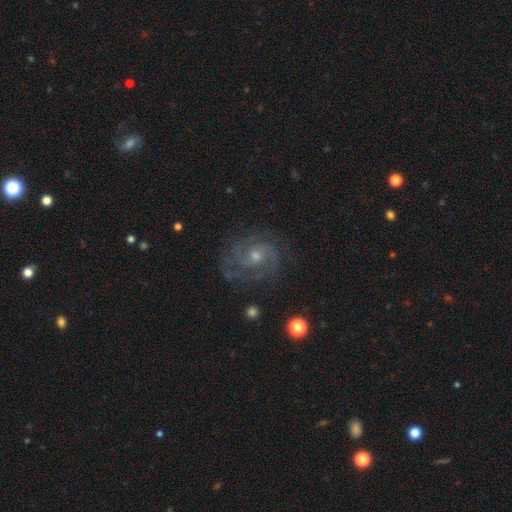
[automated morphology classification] Smooth or featured?
  - featured or disk: 86% *
  - star or artifact: 7%
  - smooth: 7%
Edge-on disk?
  - no: 98% *
  - yes: 2%
Bar?
  - no: 69% *
  - weak: 27%
  - strong: 4%
Spiral arms?
  - yes: 96% *
  - no: 4%
Spiral winding?
  - tight: 49% *
  - medium: 42%
  - loose: 9%
Spiral arm count?
  - 2: 40% *
  - 3: 26%
  - can't tell: 18%
  - 4: 7%
  - 1: 5%
  - more than 4: 5%
Bulge size?
  - small: 56% *
  - moderate: 40%
  - none: 2%
  - large: 2%
  - dominant: 1%
Merging?
  - none: 74% *
  - minor disturbance: 16%
  - major disturbance: 8%
  - merger: 1%